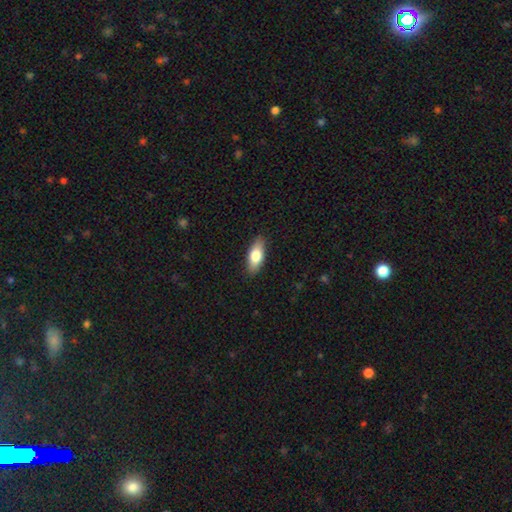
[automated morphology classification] smooth 75%, featured or disk 19%, star or artifact 6%. Down the decision tree: how rounded — in between (78%); merging — none (88%).